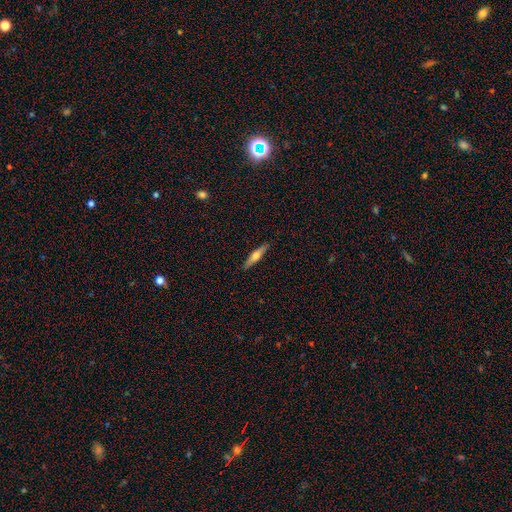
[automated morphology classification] type=featured or disk (49%); merging=none (90%).